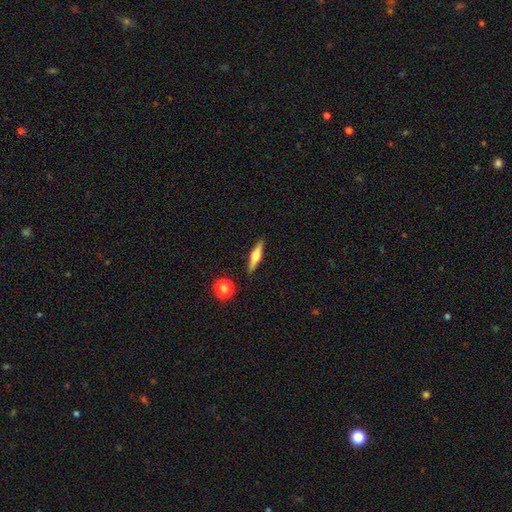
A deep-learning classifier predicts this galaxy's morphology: This is possibly a featured or disk galaxy (54%). It is clearly viewed edge-on (96%). Edge-on bulge: clearly rounded (92%). Merging: clearly none (89%).